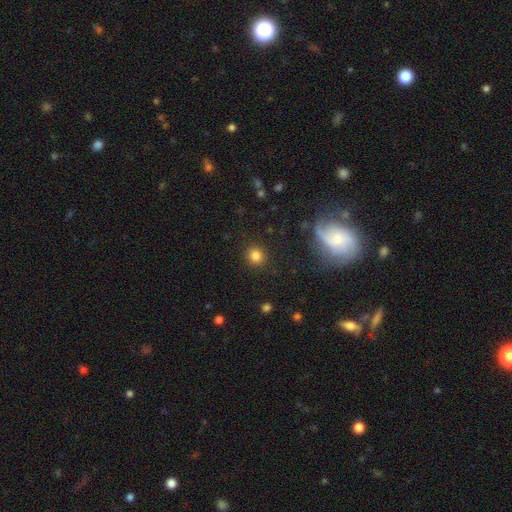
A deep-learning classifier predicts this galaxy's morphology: Smooth or featured? smooth (82%)
How rounded? round (90%)
Merging? none (90%)